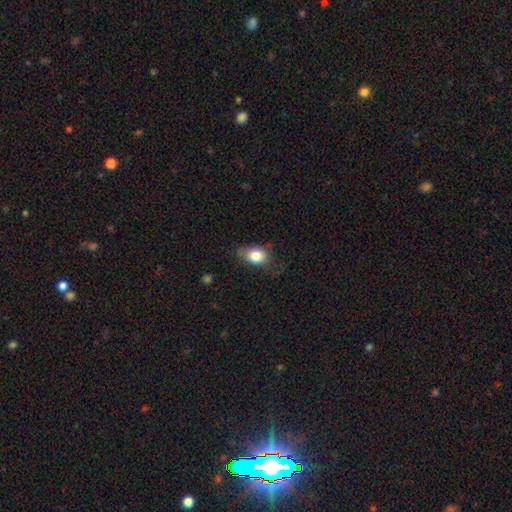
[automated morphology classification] Q: Smooth or featured?
A: smooth (80%); runner-up: featured or disk (11%)
Q: How rounded?
A: in between (69%); runner-up: round (30%)
Q: Merging?
A: none (63%); runner-up: minor disturbance (26%)